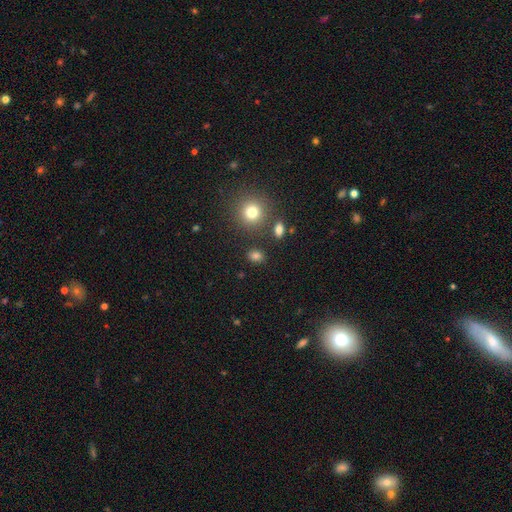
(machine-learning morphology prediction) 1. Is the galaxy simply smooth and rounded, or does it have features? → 80% smooth, 14% star or artifact, 6% featured or disk.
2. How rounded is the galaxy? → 53% in between, 46% round, 1% cigar-shaped.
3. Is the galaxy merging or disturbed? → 82% none, 10% minor disturbance, 5% merger, 3% major disturbance.